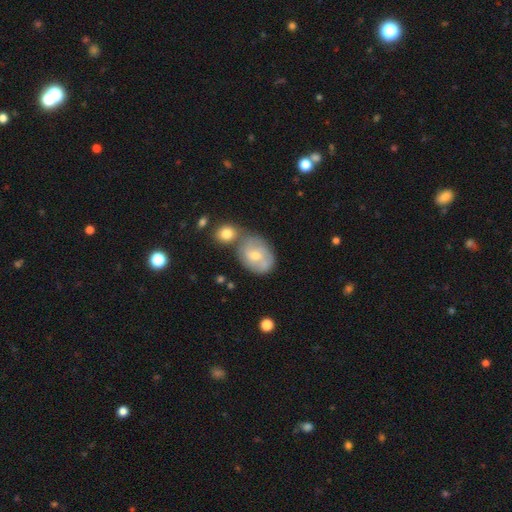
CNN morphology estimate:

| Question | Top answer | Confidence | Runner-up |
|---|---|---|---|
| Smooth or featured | smooth | 51% | featured or disk (42%) |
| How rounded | in between | 65% | round (34%) |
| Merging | none | 40% | merger (34%) |